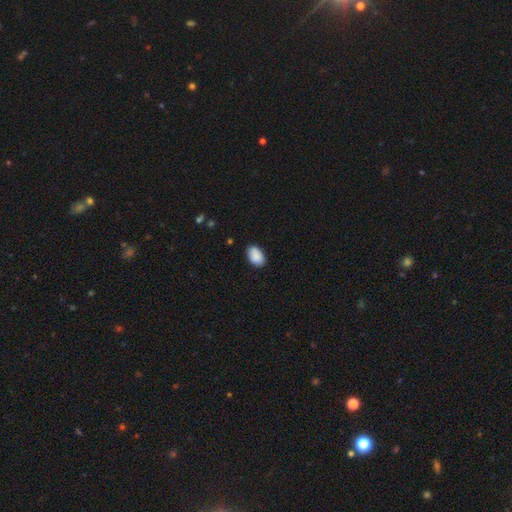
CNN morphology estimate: This appears to be a smooth galaxy with no disk features (90%) that is in between round and cigar-shaped (91%). Merging: none (85%).